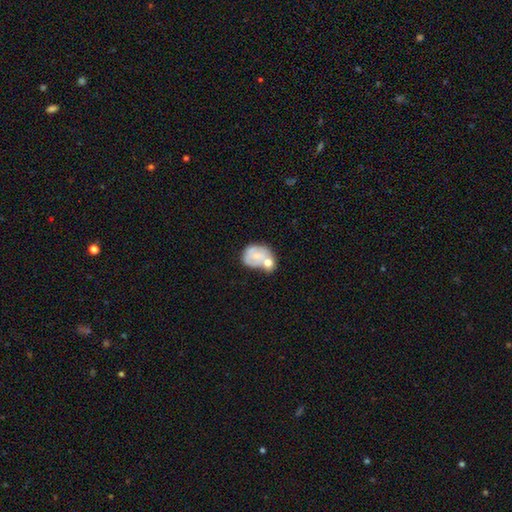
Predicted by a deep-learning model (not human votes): A smooth galaxy with no disk features (55%) that is in between round and cigar-shaped (54%). Merging: merger (50%).